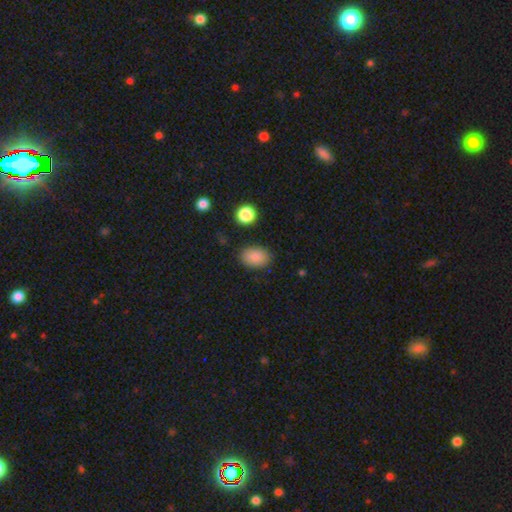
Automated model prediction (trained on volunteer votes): Smooth or featured?
  - smooth: 87% *
  - star or artifact: 9%
  - featured or disk: 4%
How rounded?
  - in between: 81% *
  - round: 18%
  - cigar-shaped: 1%
Merging?
  - none: 85% *
  - minor disturbance: 10%
  - major disturbance: 3%
  - merger: 2%